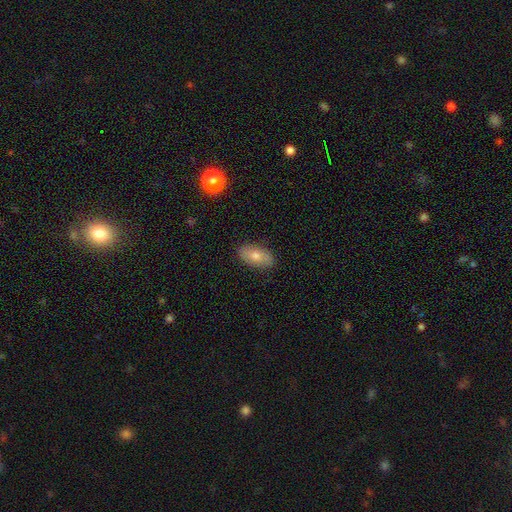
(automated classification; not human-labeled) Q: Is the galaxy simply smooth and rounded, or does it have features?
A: smooth — 69%.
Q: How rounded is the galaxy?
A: in between — 90%.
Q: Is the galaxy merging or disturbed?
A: none — 87%.